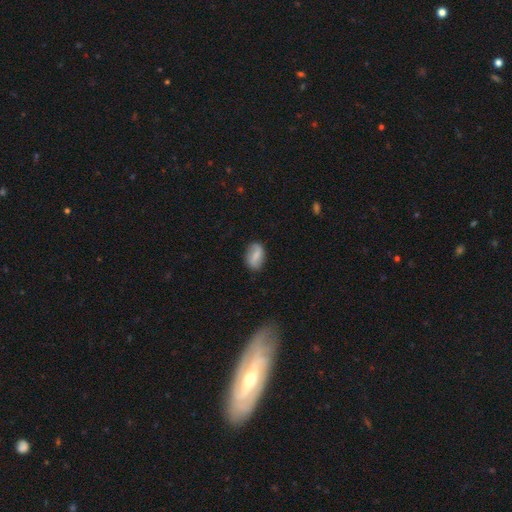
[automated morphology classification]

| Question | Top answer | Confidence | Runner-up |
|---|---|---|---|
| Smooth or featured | smooth | 66% | featured or disk (26%) |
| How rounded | in between | 87% | round (11%) |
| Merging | none | 78% | minor disturbance (16%) |